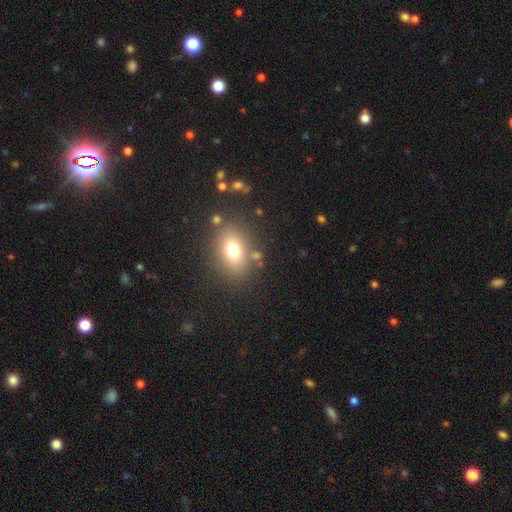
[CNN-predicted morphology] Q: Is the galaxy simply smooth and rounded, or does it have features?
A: smooth — 71%.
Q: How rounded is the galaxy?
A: in between — 69%.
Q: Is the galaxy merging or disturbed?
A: none — 80%.